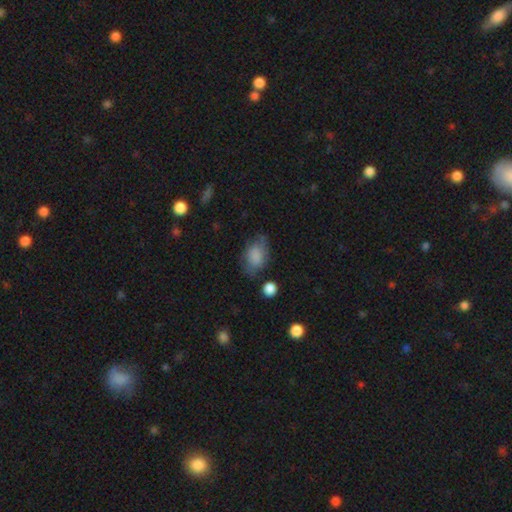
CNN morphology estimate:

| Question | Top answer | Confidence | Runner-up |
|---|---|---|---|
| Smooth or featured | smooth | 78% | featured or disk (14%) |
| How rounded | in between | 84% | round (15%) |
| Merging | none | 57% | minor disturbance (28%) |